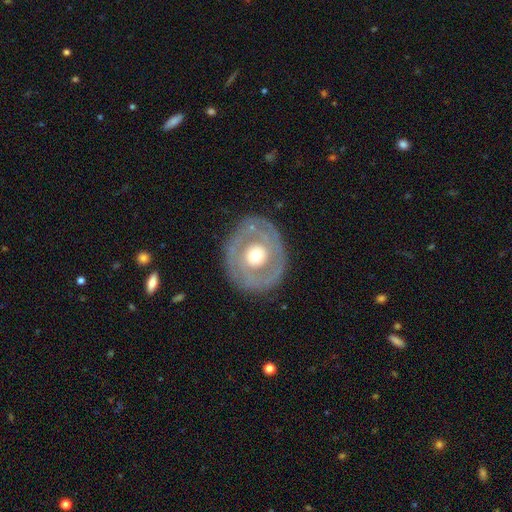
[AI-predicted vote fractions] smooth-or-featured: featured or disk: 66% | smooth: 28% | star or artifact: 5%
  disk-edge-on: no: 96% | yes: 4%
    bar: no: 83% | weak: 12% | strong: 5%
    has-spiral-arms: no: 63% | yes: 37%
    bulge-size: moderate: 67% | large: 19% | small: 11% | dominant: 2% | none: 1%
  merging: none: 82% | minor disturbance: 11% | major disturbance: 6% | merger: 1%